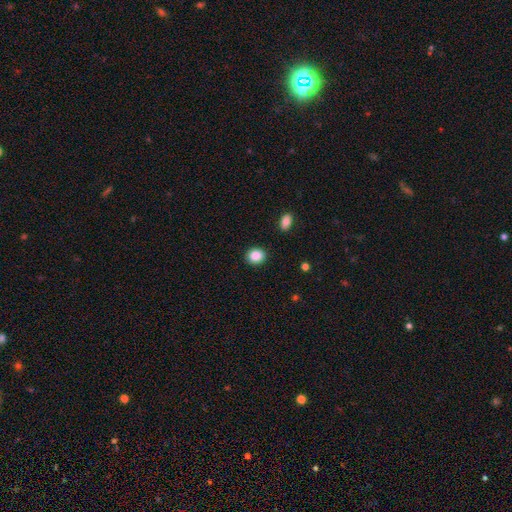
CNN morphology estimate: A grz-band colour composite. It shows a smooth galaxy with no disk features (88%) that is round (70%). Merging: none (89%).